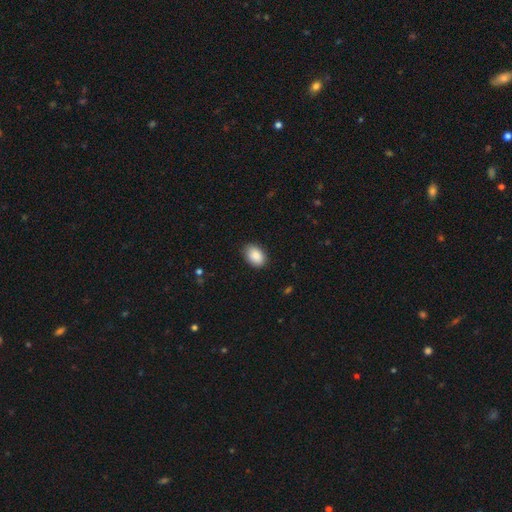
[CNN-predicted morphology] This is clearly a smooth galaxy (89%). How rounded: clearly in between (86%). Merging: clearly none (86%).